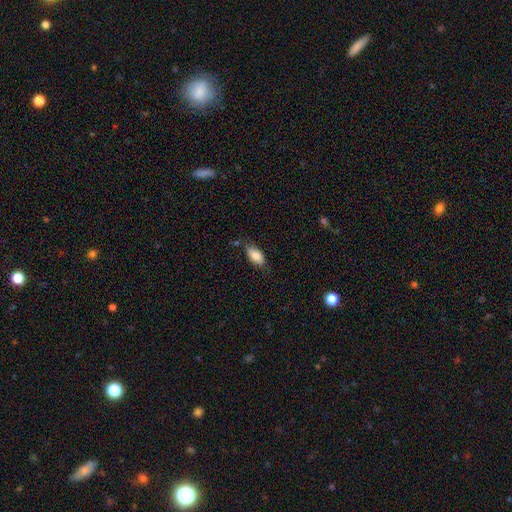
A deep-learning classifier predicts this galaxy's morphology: A smooth galaxy with no disk features (85%) that is in between round and cigar-shaped (89%). Merging: none (68%).